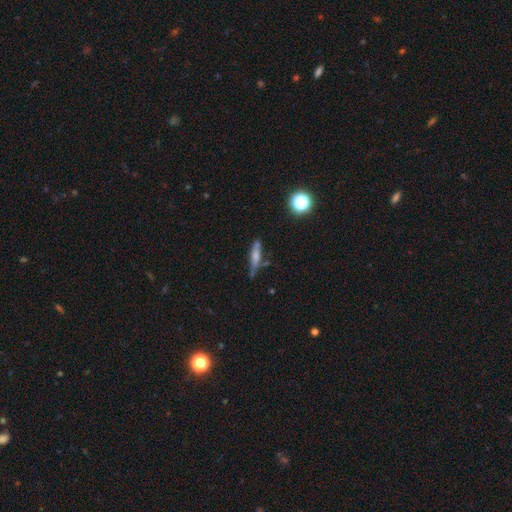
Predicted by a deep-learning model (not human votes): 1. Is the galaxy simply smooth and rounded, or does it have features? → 53% smooth, 37% featured or disk, 10% star or artifact.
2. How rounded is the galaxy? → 82% cigar-shaped, 15% in between, 3% round.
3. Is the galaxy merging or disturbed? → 67% none, 22% minor disturbance, 6% merger, 5% major disturbance.